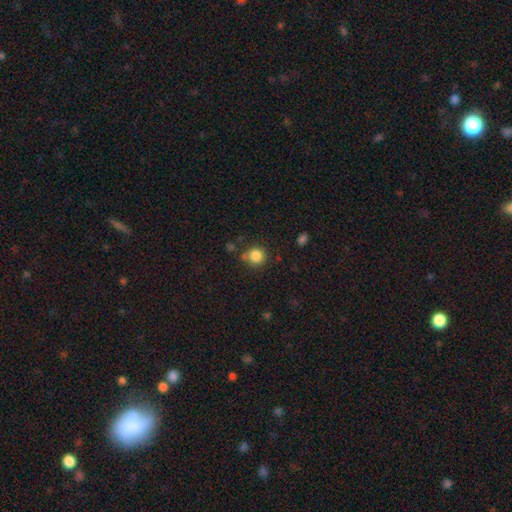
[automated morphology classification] This is clearly a smooth galaxy (84%). How rounded: clearly round (89%). Merging: likely none (71%).